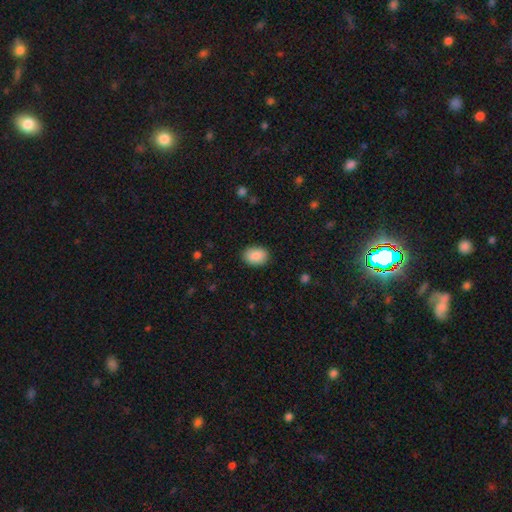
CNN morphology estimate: The model was most divided on "how rounded": in between: 77%, round: 22%, cigar-shaped: 1%. More confident: smooth or featured — smooth (90%); merging — none (88%).